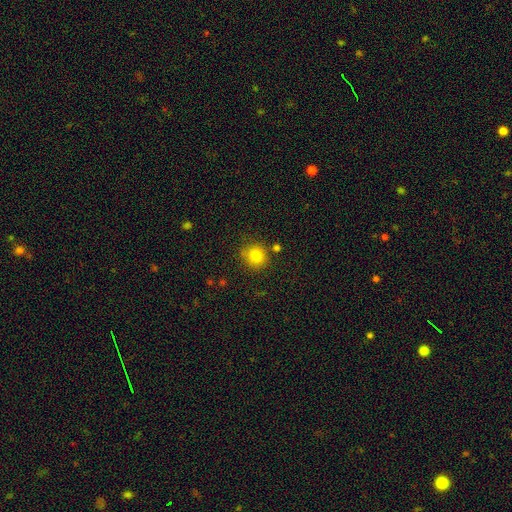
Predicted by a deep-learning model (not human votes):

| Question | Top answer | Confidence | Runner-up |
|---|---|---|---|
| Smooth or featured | smooth | 82% | star or artifact (12%) |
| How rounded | round | 89% | in between (10%) |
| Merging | none | 80% | minor disturbance (11%) |